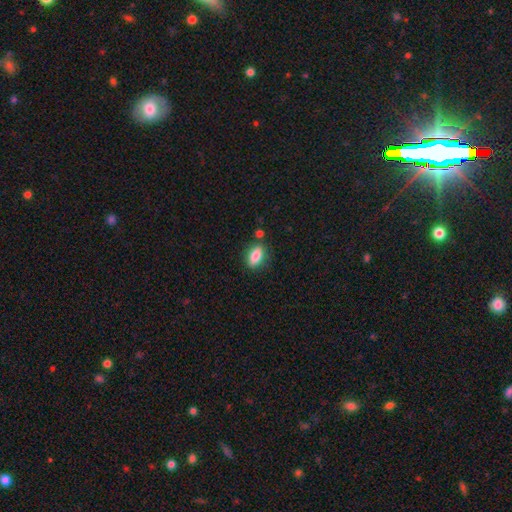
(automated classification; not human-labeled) Morphology: type=smooth (81%); roundness=in between (84%); merging=none (80%).